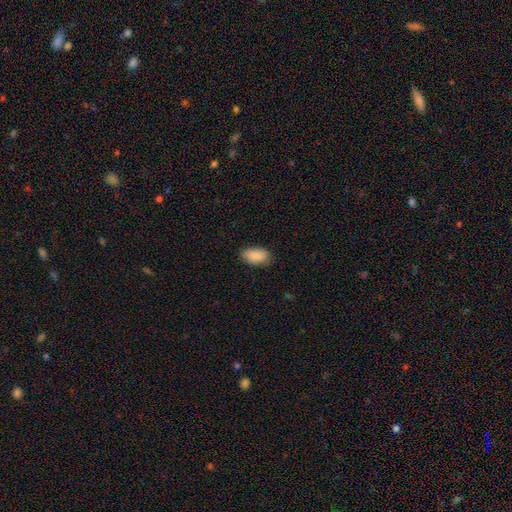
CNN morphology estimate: The model was most divided on "merging": none: 81%, minor disturbance: 15%, major disturbance: 3%, merger: 1%. More confident: how rounded — in between (93%); smooth or featured — smooth (88%).